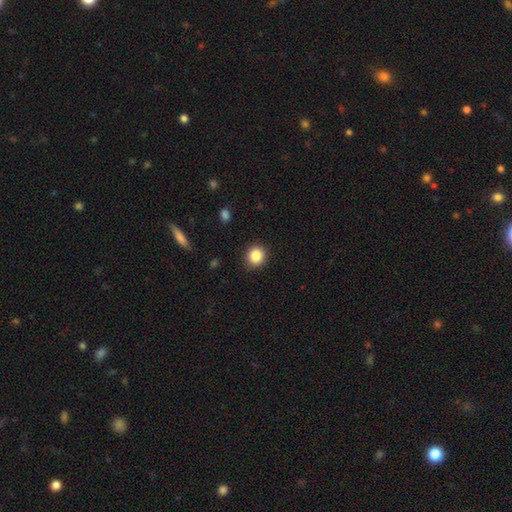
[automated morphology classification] smooth 86%, star or artifact 10%, featured or disk 4%. Down the decision tree: how rounded — round (87%); merging — none (89%).